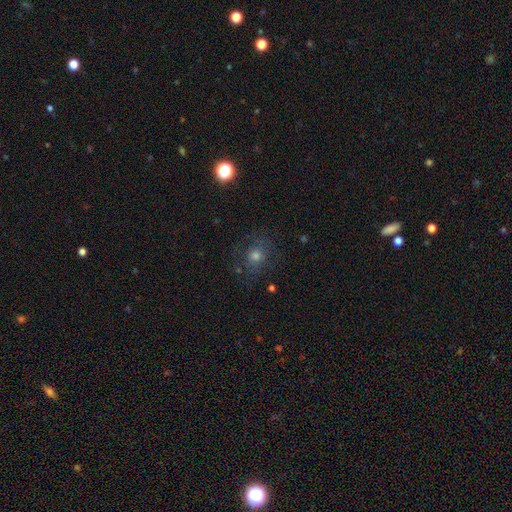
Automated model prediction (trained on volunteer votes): This appears to be a smooth galaxy with no disk features (51%) that is round (78%). Merging: none (75%).